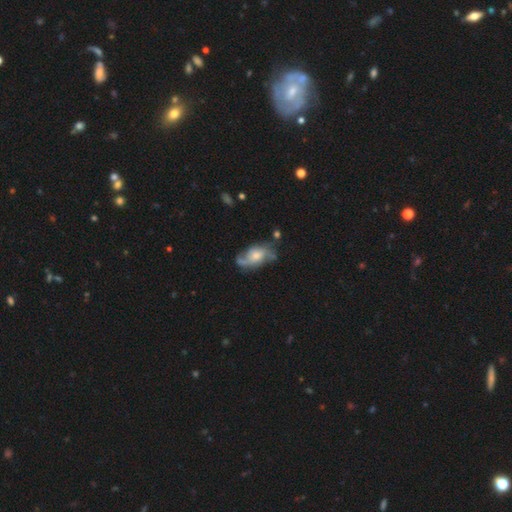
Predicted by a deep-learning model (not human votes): Smooth or featured: featured or disk — 71% (smooth — 22%)
Edge-on disk: no — 95% (yes — 5%)
Bar: no — 65% (weak — 30%)
Spiral arms: yes — 89% (no — 11%)
Spiral winding: loose — 49% (medium — 36%)
Spiral arm count: 2 — 61% (can't tell — 14%)
Bulge size: moderate — 48% (small — 31%)
Merging: none — 56% (minor disturbance — 24%)